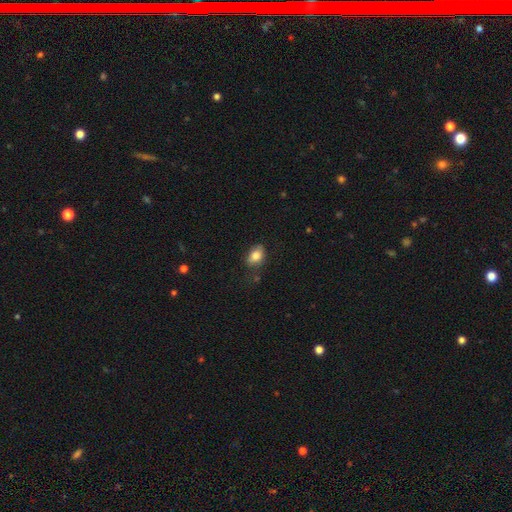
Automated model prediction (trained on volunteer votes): Smooth or featured?
  - smooth: 83% *
  - featured or disk: 9%
  - star or artifact: 8%
How rounded?
  - in between: 77% *
  - round: 22%
  - cigar-shaped: 1%
Merging?
  - none: 71% *
  - minor disturbance: 21%
  - major disturbance: 5%
  - merger: 3%